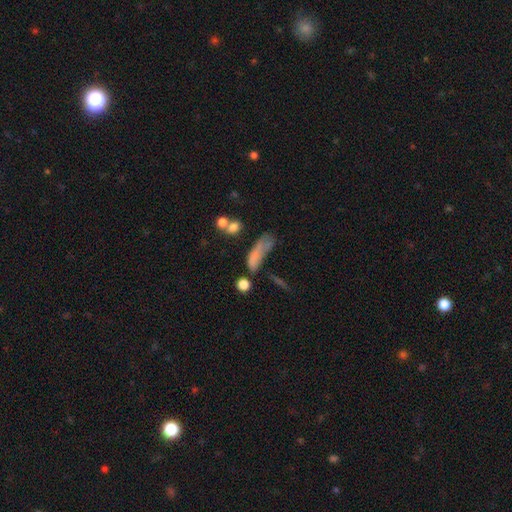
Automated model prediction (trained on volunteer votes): smooth 61%, featured or disk 24%, star or artifact 15%. Down the decision tree: how rounded — in between (46%, tied with cigar-shaped); merging — major disturbance (31%).